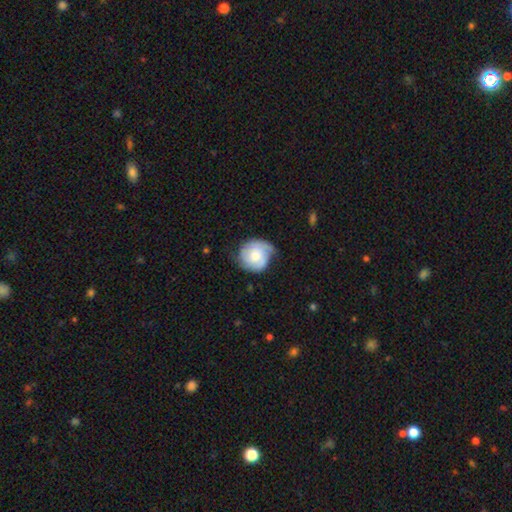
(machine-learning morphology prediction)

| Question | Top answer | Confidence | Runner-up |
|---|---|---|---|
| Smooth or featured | featured or disk | 49% | smooth (45%) |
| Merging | none | 56% | minor disturbance (33%) |